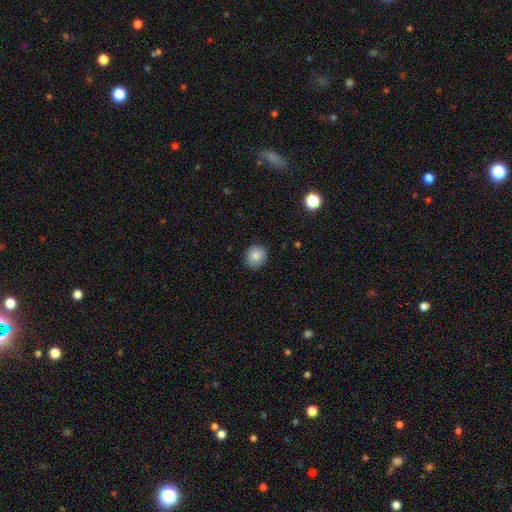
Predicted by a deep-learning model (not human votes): smooth-or-featured: smooth: 84% | star or artifact: 9% | featured or disk: 7%
  how-rounded: round: 81% | in between: 19% | cigar-shaped: 1%
  merging: none: 88% | minor disturbance: 9% | major disturbance: 2% | merger: 1%